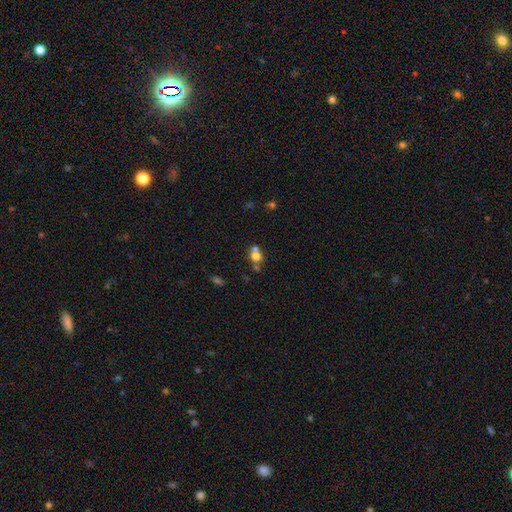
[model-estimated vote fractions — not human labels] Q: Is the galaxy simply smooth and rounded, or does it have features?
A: smooth — 68%.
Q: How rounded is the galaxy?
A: round — 77%.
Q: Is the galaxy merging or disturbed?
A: merger — 48%.